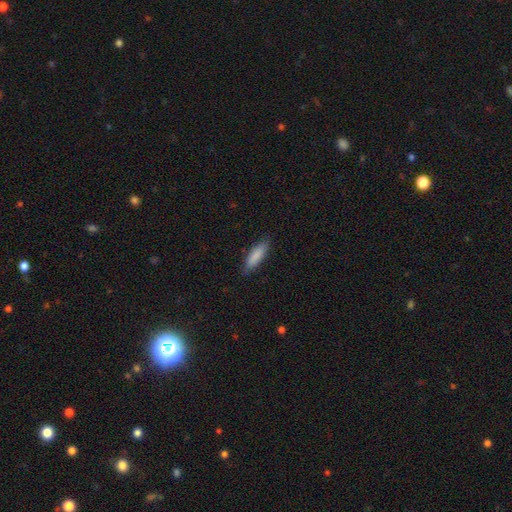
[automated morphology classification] This appears to be a smooth galaxy with no disk features (86%) that is cigar-shaped (54%). Merging: none (84%).